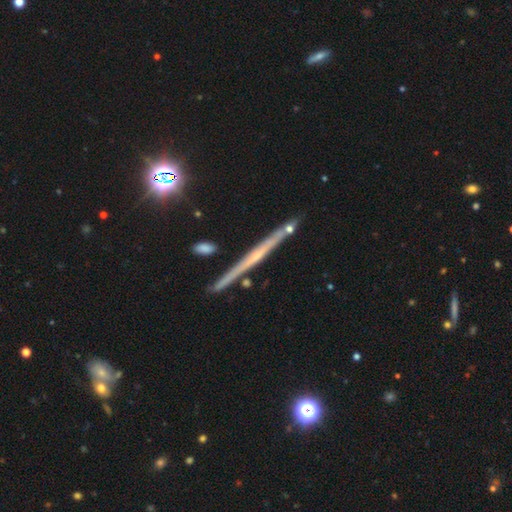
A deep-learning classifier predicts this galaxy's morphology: smooth-or-featured: featured or disk: 77% | smooth: 16% | star or artifact: 7%
  disk-edge-on: yes: 98% | no: 2%
    edge-on-bulge: none: 50% | rounded: 42% | boxy: 8%
  merging: none: 87% | minor disturbance: 8% | merger: 3% | major disturbance: 2%